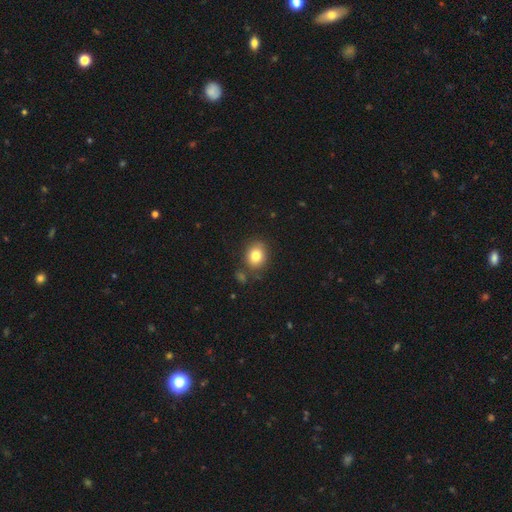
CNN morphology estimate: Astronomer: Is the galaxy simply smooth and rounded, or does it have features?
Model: smooth — 81%.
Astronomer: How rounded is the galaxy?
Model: round — 58% (runner-up: in between, 41%).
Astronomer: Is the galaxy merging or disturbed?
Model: none — 77%.